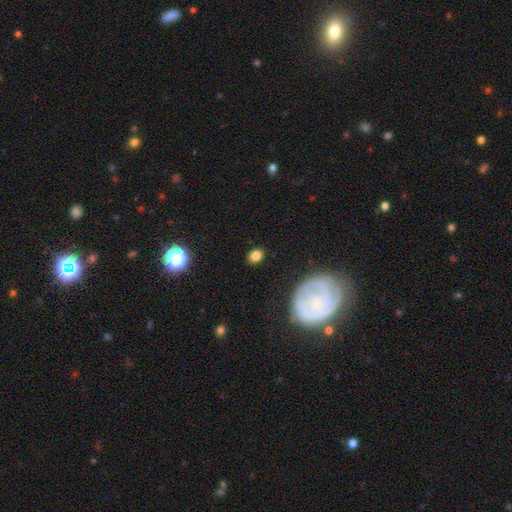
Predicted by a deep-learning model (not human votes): Smooth or featured? Predicted: smooth (p=0.81). How rounded? Predicted: in between (p=0.56). Merging? Predicted: none (p=0.85).